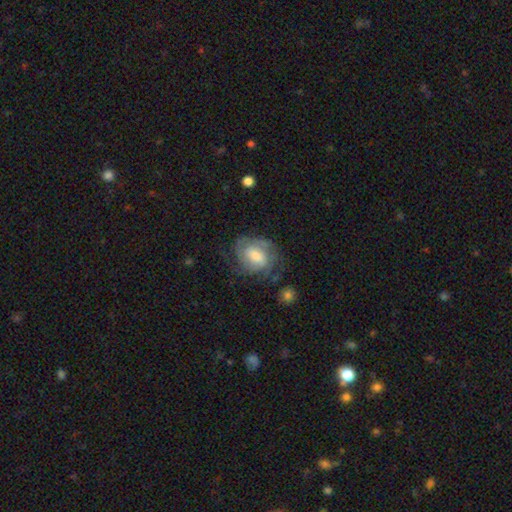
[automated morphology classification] type=featured or disk (73%); edge-on=no (97%); bar=weak (48%); spiral arms=yes (91%); winding=tight (54%); arm count=2 (36%); bulge=moderate (50%); merging=none (65%).